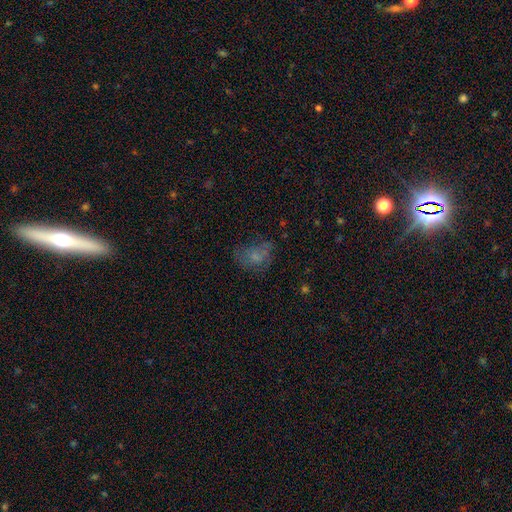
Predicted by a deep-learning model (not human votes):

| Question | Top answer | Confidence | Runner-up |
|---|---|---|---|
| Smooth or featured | smooth | 58% | featured or disk (25%) |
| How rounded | in between | 60% | round (38%) |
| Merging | none | 43% | minor disturbance (26%) |